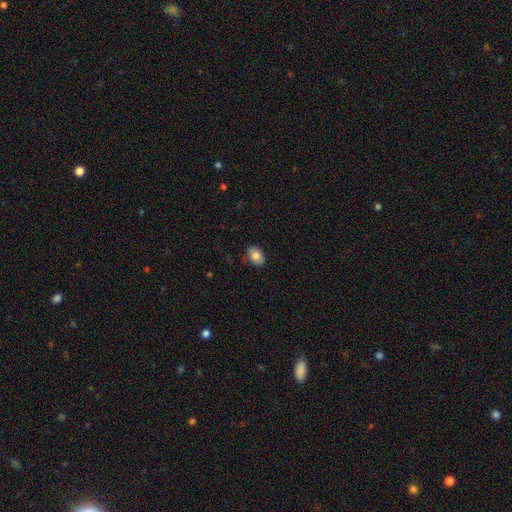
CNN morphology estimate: The model was most divided on "how rounded": in between: 77%, round: 22%, cigar-shaped: 1%. More confident: smooth or featured — smooth (84%); merging — none (83%).